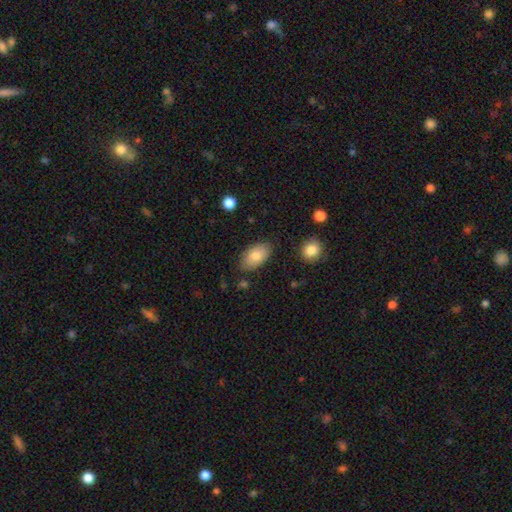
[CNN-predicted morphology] A smooth galaxy with no disk features (79%) that is in between round and cigar-shaped (93%).

Vote fractions:
- Smooth or featured? smooth: 79% / featured or disk: 14% / star or artifact: 7%
- How rounded? in between: 93% / round: 5% / cigar-shaped: 2%
- Merging? none: 81% / minor disturbance: 14% / major disturbance: 3% / merger: 2%